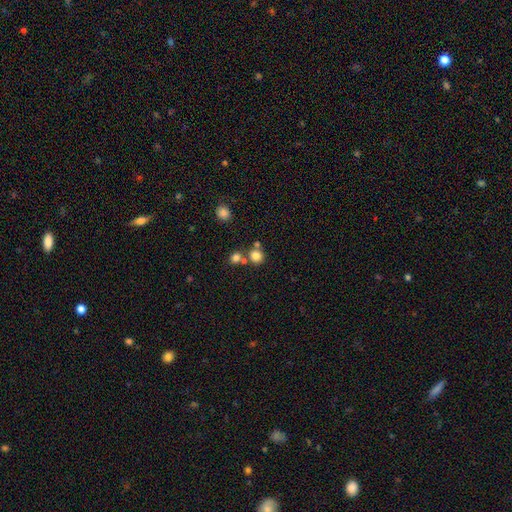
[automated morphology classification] smooth_or_featured: smooth (p=0.80) [alt: star or artifact p=0.13]
how_rounded: round (p=0.89) [alt: in between p=0.10]
merging: none (p=0.66) [alt: merger p=0.24]